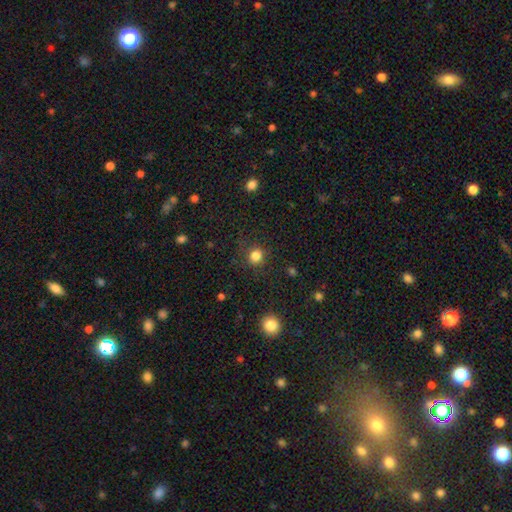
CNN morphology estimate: The model was most divided on "smooth or featured": smooth: 82%, star or artifact: 14%, featured or disk: 4%. More confident: how rounded — round (90%); merging — none (85%).